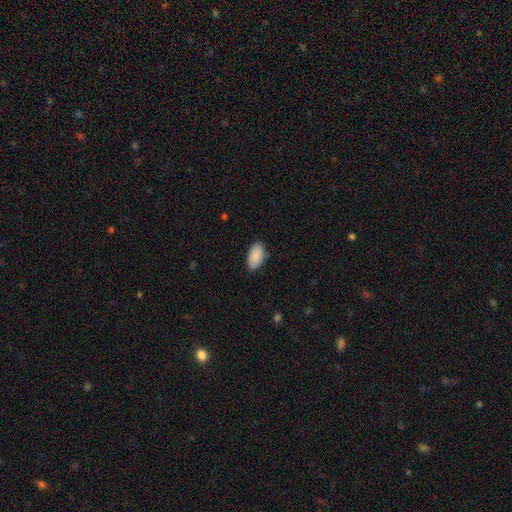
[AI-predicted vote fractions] This is clearly a smooth galaxy (89%). How rounded: clearly in between (95%). Merging: clearly none (85%).